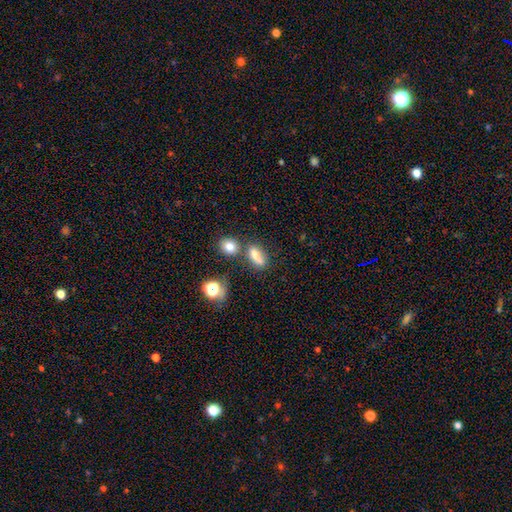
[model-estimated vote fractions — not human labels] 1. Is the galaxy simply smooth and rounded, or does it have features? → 70% smooth, 17% star or artifact, 13% featured or disk.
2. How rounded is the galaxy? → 57% in between, 24% cigar-shaped, 19% round.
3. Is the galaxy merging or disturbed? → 54% none, 24% merger, 15% minor disturbance, 7% major disturbance.